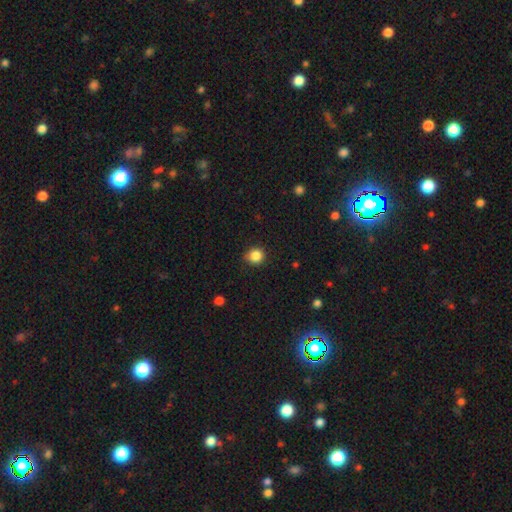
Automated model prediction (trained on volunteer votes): Overall: smooth (85%). How rounded: round (87%). Merging: none (82%).